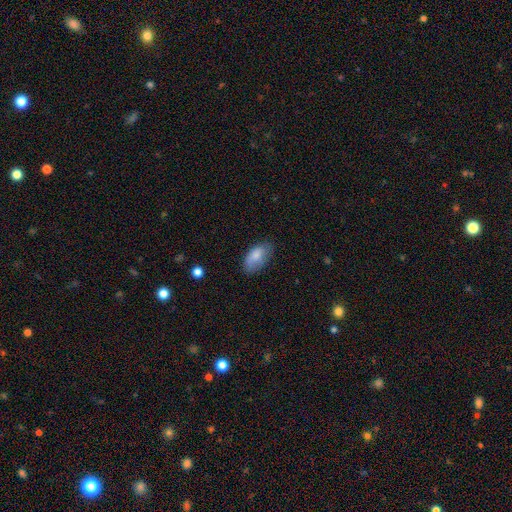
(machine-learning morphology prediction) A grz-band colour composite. It shows a smooth galaxy with no disk features (82%) that is in between round and cigar-shaped (93%). Merging: none (67%).